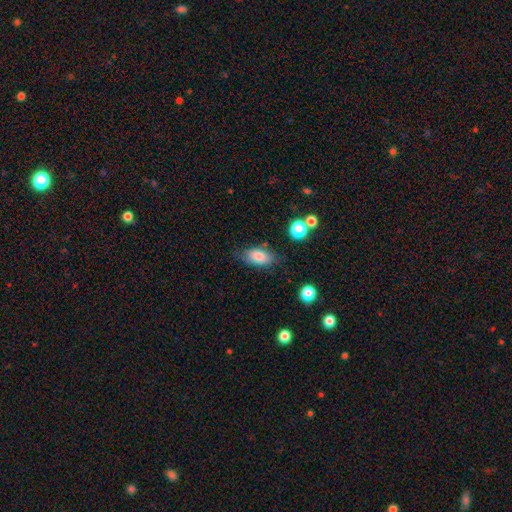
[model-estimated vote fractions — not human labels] The model was most divided on "merging": none: 76%, minor disturbance: 17%, major disturbance: 5%, merger: 3%. More confident: how rounded — in between (88%); smooth or featured — smooth (80%).